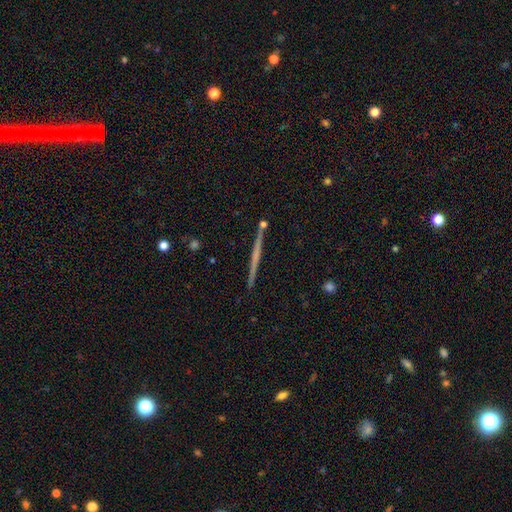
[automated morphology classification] Smooth or featured? featured or disk (65%)
Edge-on disk? yes (98%)
Edge-on bulge? none (77%)
Merging? none (91%)